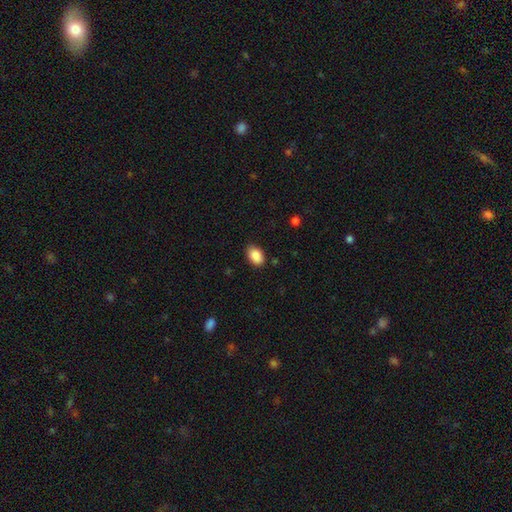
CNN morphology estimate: A smooth galaxy with no disk features (89%) that is in between round and cigar-shaped (86%). Merging: none (85%).